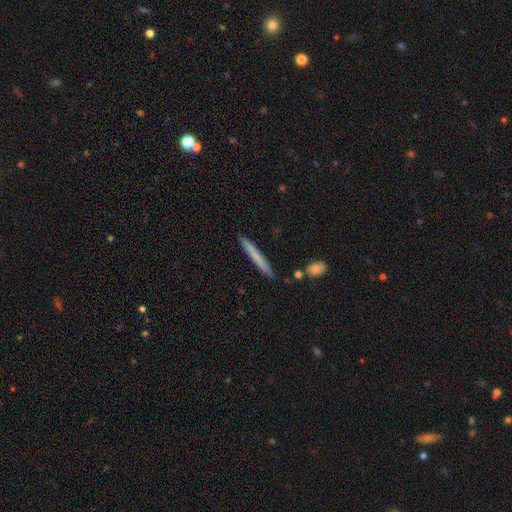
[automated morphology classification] Smooth or featured?
  - smooth: 70% *
  - featured or disk: 24%
  - star or artifact: 6%
How rounded?
  - cigar-shaped: 97% *
  - in between: 2%
  - round: 1%
Merging?
  - none: 90% *
  - minor disturbance: 7%
  - merger: 2%
  - major disturbance: 1%